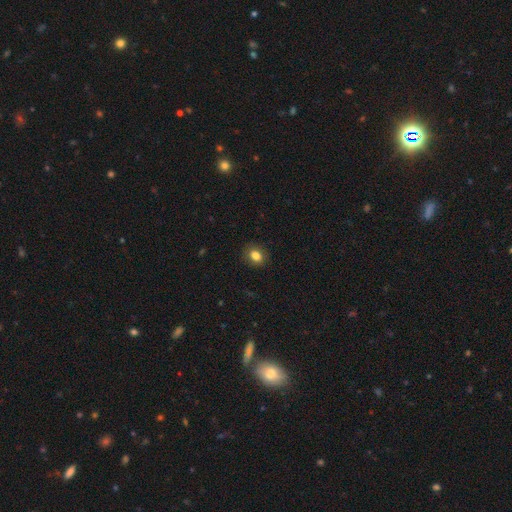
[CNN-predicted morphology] Smooth or featured? Predicted: smooth (p=0.83). How rounded? Predicted: round (p=0.52). Merging? Predicted: none (p=0.88).